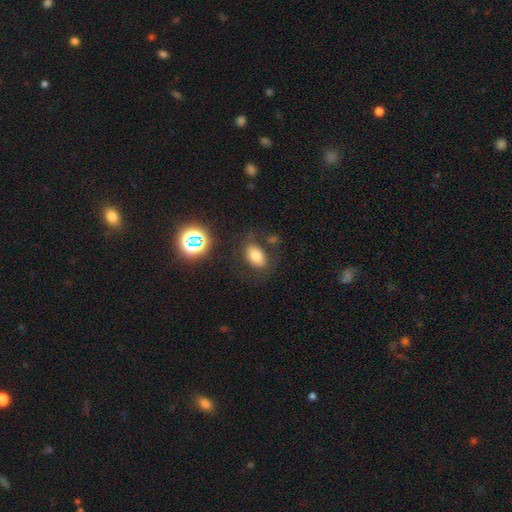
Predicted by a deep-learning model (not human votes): Overall: smooth (71%). How rounded: in between (83%). Merging: none (72%).